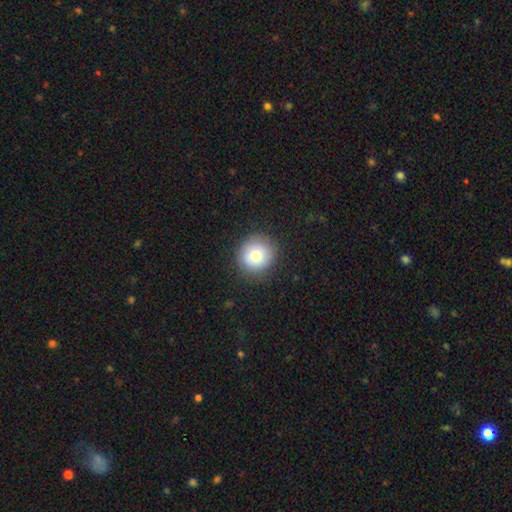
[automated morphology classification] Smooth or featured: smooth — 78% (featured or disk — 12%)
How rounded: round — 91% (in between — 8%)
Merging: none — 88% (minor disturbance — 9%)